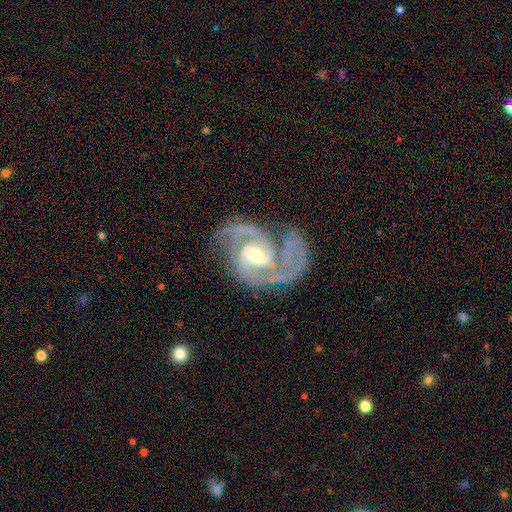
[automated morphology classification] type=featured or disk (93%); edge-on=no (98%); bar=weak (50%); spiral arms=yes (98%); winding=medium (55%); arm count=2 (71%); bulge=moderate (62%); merging=none (61%).